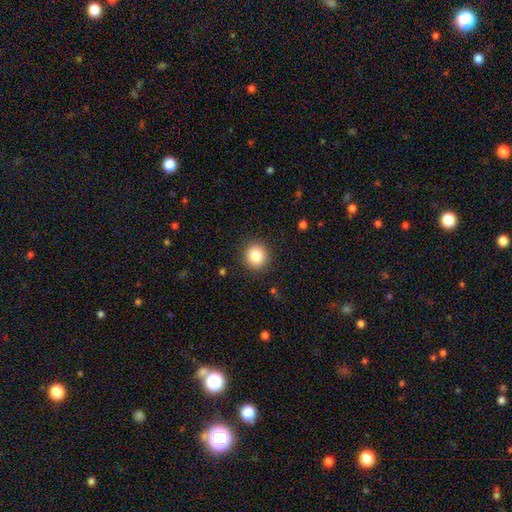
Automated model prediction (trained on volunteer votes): Morphology: type=smooth (84%); roundness=round (92%); merging=none (90%).